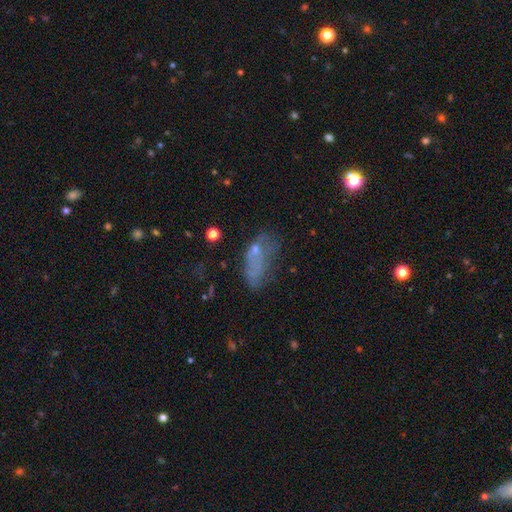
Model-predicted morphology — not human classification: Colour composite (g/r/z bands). It shows a smooth galaxy with no disk features (47%). Merging: major disturbance (35%).